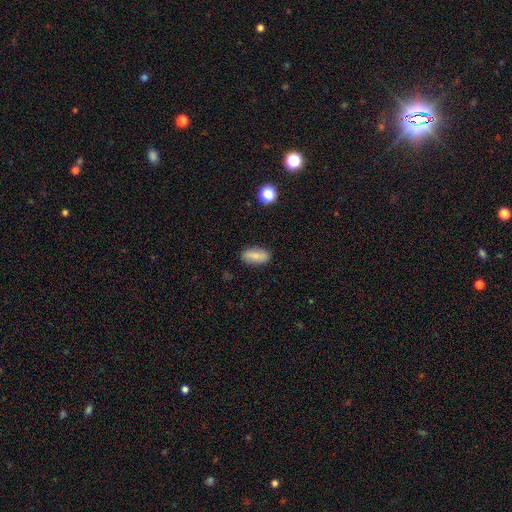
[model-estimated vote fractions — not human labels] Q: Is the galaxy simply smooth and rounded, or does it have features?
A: smooth — 75%.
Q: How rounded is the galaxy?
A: in between — 84%.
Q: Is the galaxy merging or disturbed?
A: none — 86%.